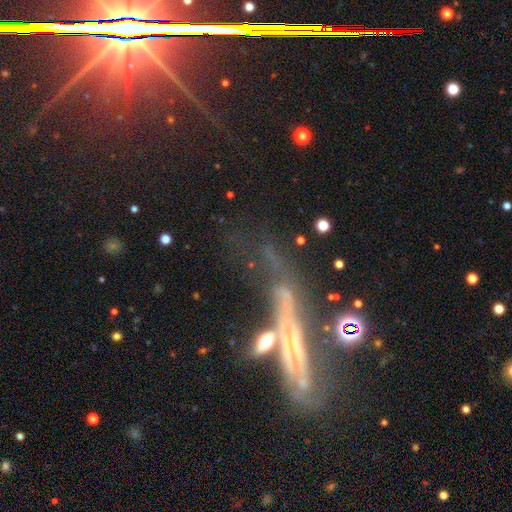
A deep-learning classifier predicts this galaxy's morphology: Smooth or featured? featured or disk (55%)
Edge-on disk? yes (65%)
Merging? none (31%)